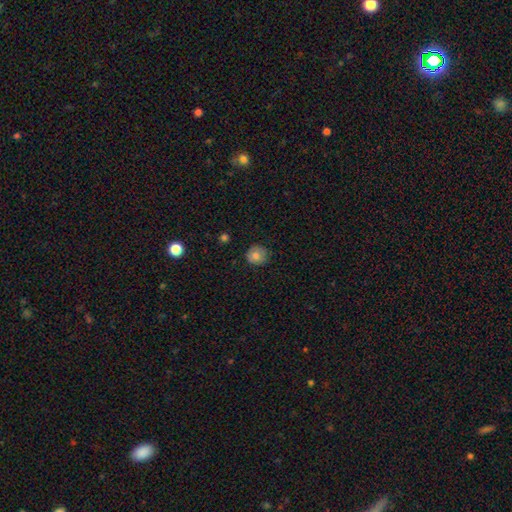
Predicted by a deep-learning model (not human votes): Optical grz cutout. It shows a smooth galaxy with no disk features (79%) that is round (91%). Merging: none (85%).